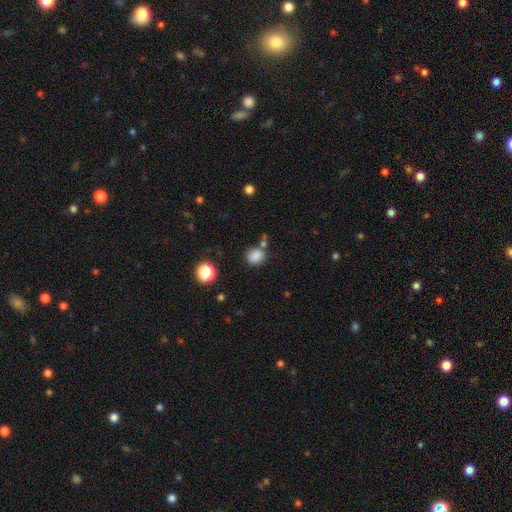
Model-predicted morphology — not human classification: Smooth or featured? Predicted: smooth (p=0.84). How rounded? Predicted: round (p=0.72). Merging? Predicted: none (p=0.67).